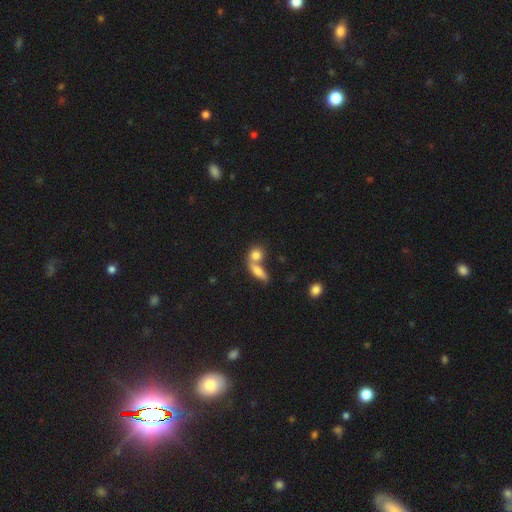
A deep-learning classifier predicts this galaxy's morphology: This appears to be a smooth galaxy with no disk features (78%) that is round (50%). Merging: merger (52%).